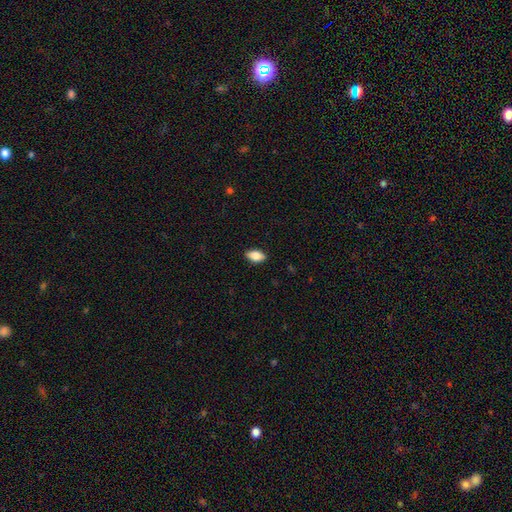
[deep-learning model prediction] This is clearly a smooth galaxy (84%). How rounded: clearly in between (91%). Merging: clearly none (88%).